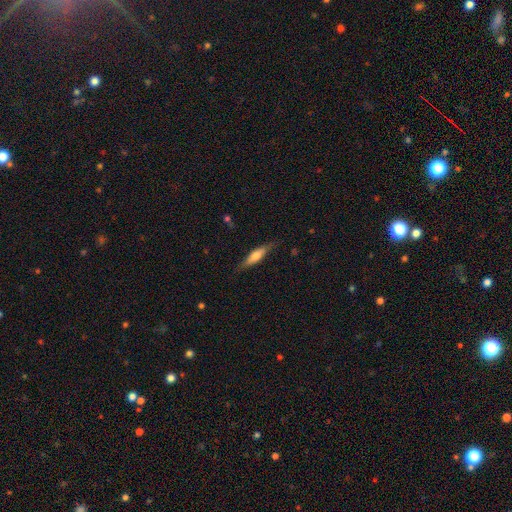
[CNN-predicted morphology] Smooth or featured? Predicted: smooth (p=0.50). Merging? Predicted: none (p=0.75).